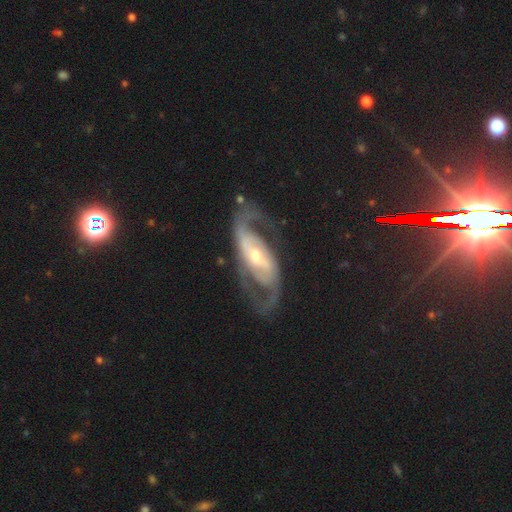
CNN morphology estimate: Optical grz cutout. It shows a featured or disk galaxy (88%) with a strong bar (40%), 2 (90%) medium (49%) spiral arms (93%) and a moderate central bulge (53%). Merging: none (70%).